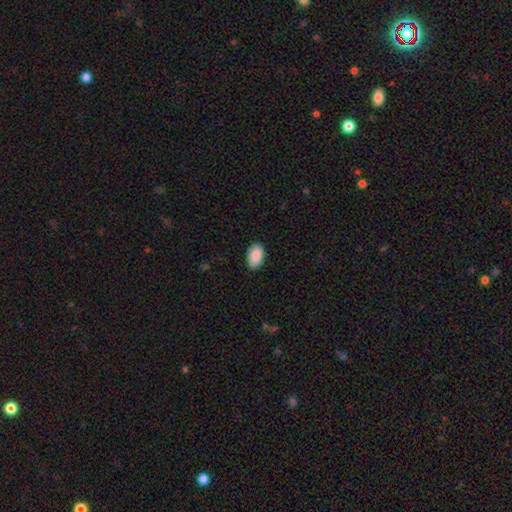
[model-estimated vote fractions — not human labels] Smooth or featured: smooth — 90% (star or artifact — 6%)
How rounded: in between — 94% (round — 4%)
Merging: none — 88% (minor disturbance — 9%)